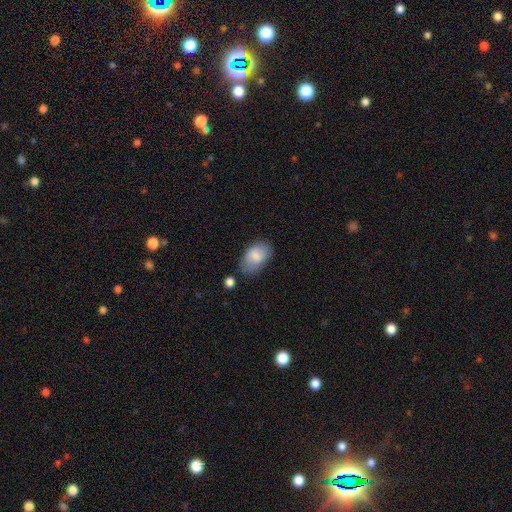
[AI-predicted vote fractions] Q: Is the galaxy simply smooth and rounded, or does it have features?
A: smooth — 82%.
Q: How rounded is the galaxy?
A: in between — 92%.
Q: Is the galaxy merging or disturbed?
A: none — 61%.